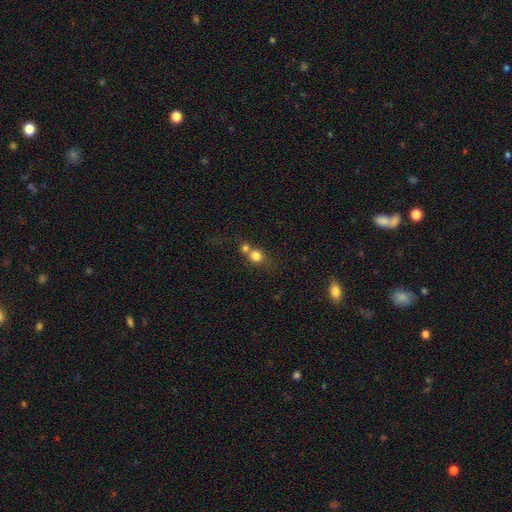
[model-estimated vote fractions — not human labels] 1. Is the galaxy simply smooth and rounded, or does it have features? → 77% smooth, 12% featured or disk, 12% star or artifact.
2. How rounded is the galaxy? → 80% round, 18% in between, 1% cigar-shaped.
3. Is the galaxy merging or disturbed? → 56% merger, 33% none, 7% minor disturbance, 5% major disturbance.